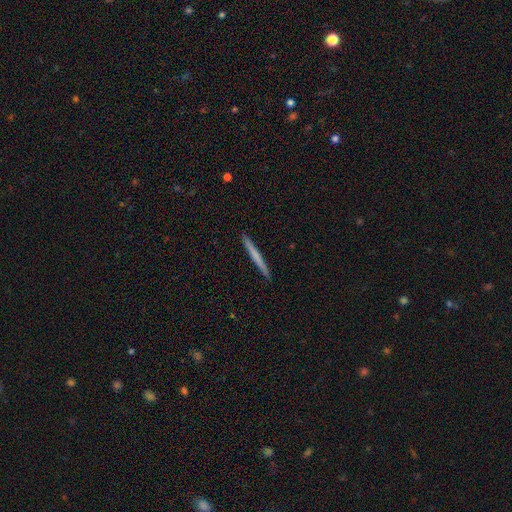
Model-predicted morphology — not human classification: Smooth or featured: smooth — 57% (featured or disk — 37%)
How rounded: cigar-shaped — 97% (in between — 2%)
Merging: none — 93% (minor disturbance — 5%)